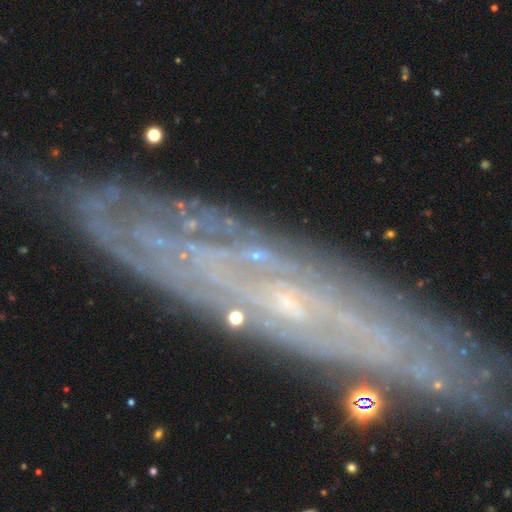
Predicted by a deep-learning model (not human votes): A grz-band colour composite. It shows a featured or disk galaxy (48%). Merging: none (65%).